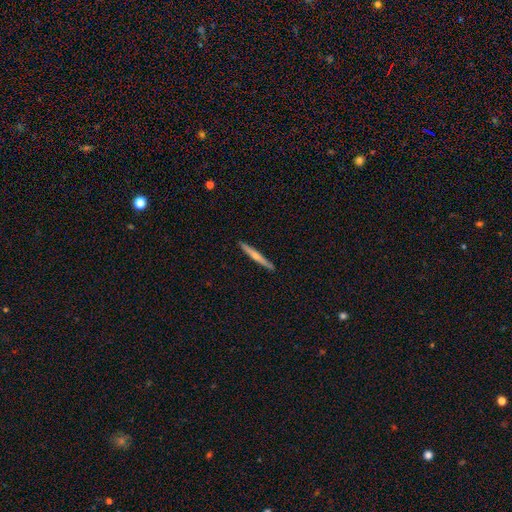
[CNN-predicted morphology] Q: Smooth or featured?
A: smooth (48%); runner-up: featured or disk (47%)
Q: Merging?
A: none (89%); runner-up: minor disturbance (8%)